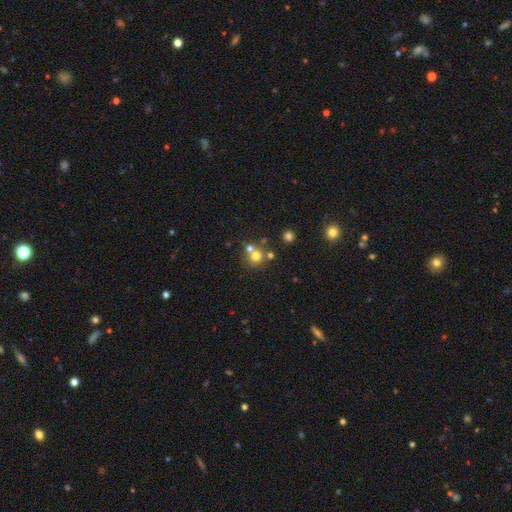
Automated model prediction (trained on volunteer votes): smooth_or_featured: smooth (p=0.69) [alt: star or artifact p=0.17]
how_rounded: round (p=0.88) [alt: in between p=0.11]
merging: none (p=0.53) [alt: merger p=0.36]